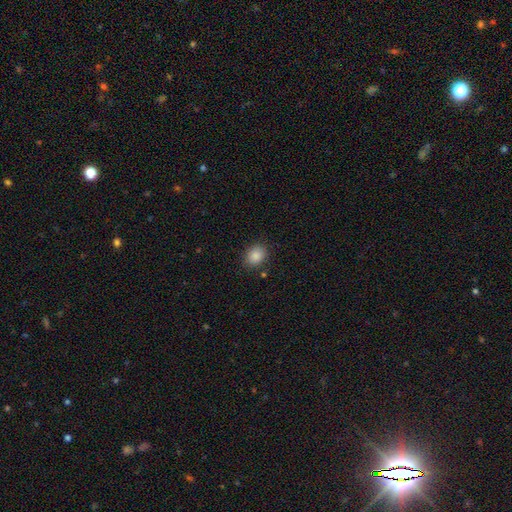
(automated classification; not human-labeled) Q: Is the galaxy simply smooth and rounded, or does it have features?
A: smooth — 86%.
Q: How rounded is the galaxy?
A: in between — 55%.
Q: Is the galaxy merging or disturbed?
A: none — 85%.